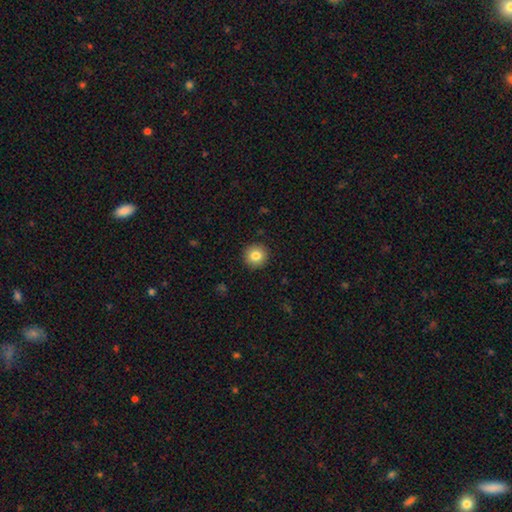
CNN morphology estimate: Q: Smooth or featured?
A: smooth (82%); runner-up: star or artifact (10%)
Q: How rounded?
A: round (94%); runner-up: in between (5%)
Q: Merging?
A: none (92%); runner-up: minor disturbance (5%)